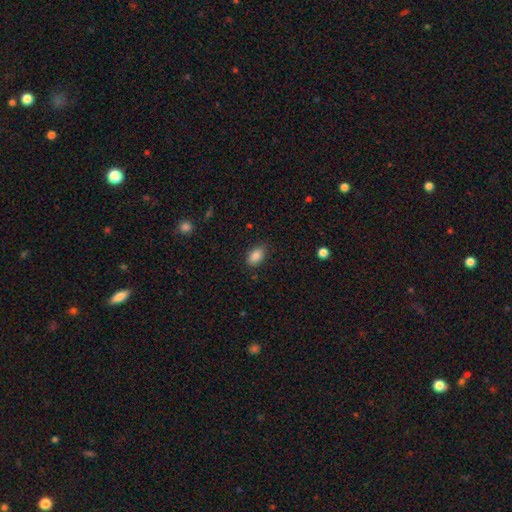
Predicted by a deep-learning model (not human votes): Smooth or featured: smooth — 87% (star or artifact — 8%)
How rounded: in between — 90% (round — 8%)
Merging: none — 83% (minor disturbance — 13%)